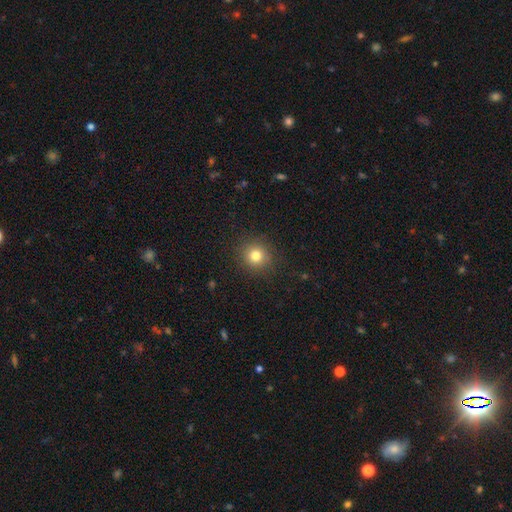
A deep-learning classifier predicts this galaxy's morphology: A smooth galaxy with no disk features (80%) that is round (91%). Merging: none (90%).